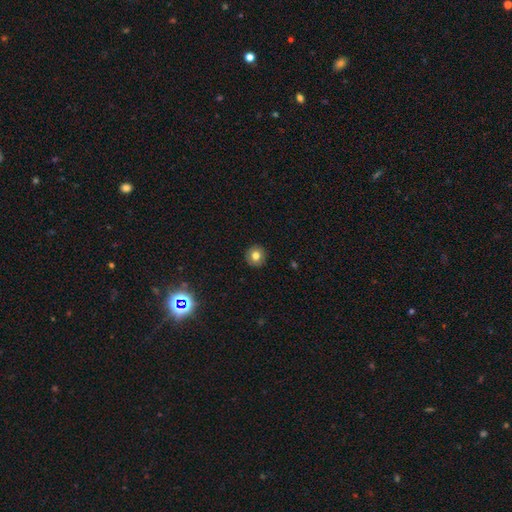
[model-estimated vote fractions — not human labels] Morphology: type=smooth (77%); roundness=round (93%); merging=none (92%).